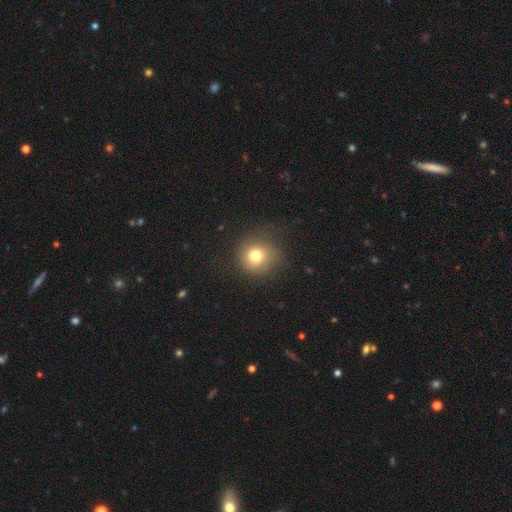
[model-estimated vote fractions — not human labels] Smooth or featured? smooth (75%)
How rounded? round (90%)
Merging? none (78%)